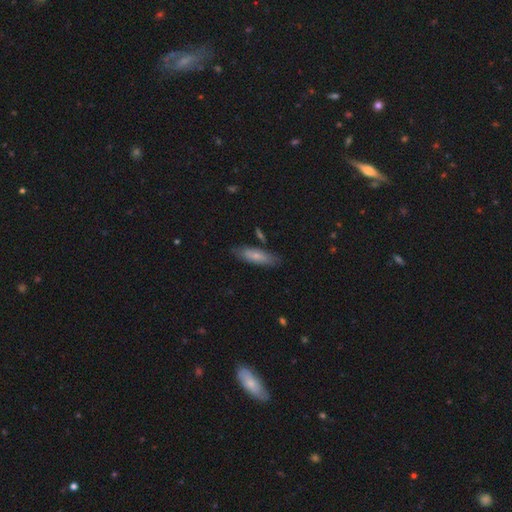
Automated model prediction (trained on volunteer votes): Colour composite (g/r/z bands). It shows a smooth galaxy with no disk features (68%) that is cigar-shaped (52%). Merging: none (79%).